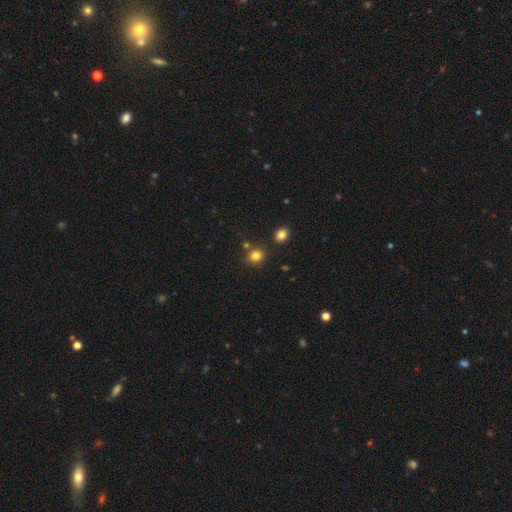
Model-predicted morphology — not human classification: The model was most divided on "how rounded": round: 79%, in between: 20%, cigar-shaped: 1%. More confident: smooth or featured — smooth (82%); merging — none (78%).